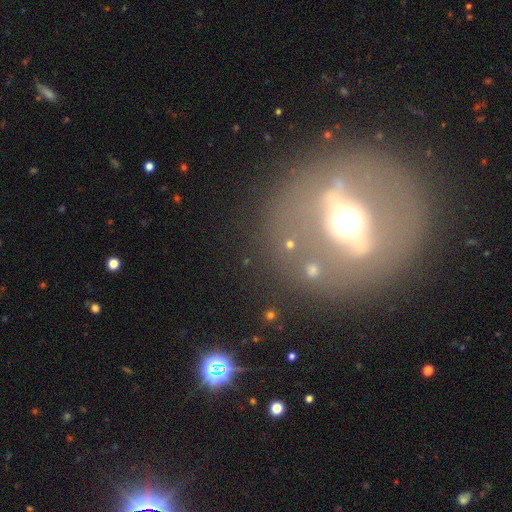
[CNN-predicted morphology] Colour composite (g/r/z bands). It shows a featured or disk galaxy (69%). Merging: none (81%).